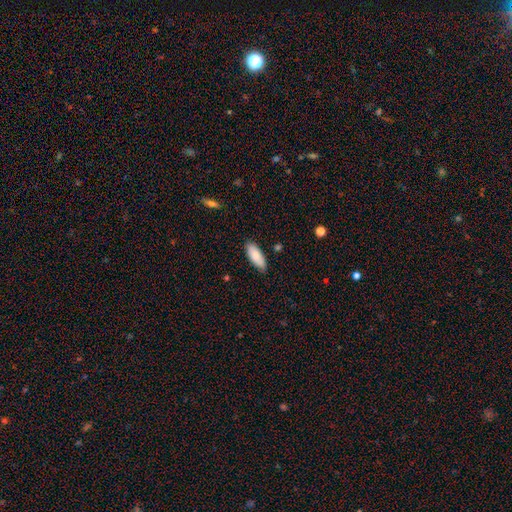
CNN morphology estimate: smooth_or_featured: smooth (p=0.85) [alt: featured or disk p=0.10]
how_rounded: in between (p=0.75) [alt: cigar-shaped p=0.23]
merging: none (p=0.85) [alt: minor disturbance p=0.12]